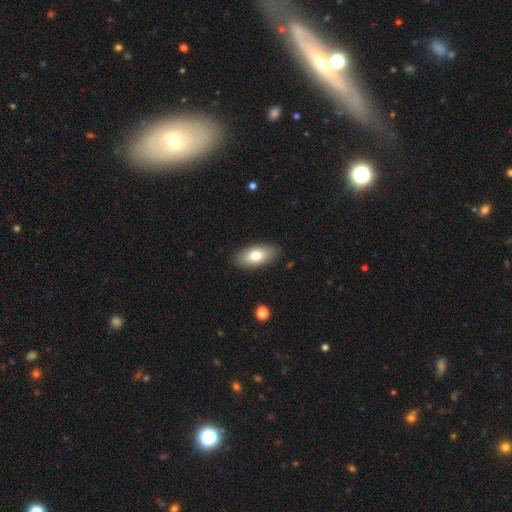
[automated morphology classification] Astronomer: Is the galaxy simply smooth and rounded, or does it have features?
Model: smooth — 77%.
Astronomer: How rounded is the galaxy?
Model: in between — 89%.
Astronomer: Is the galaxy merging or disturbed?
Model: none — 88%.